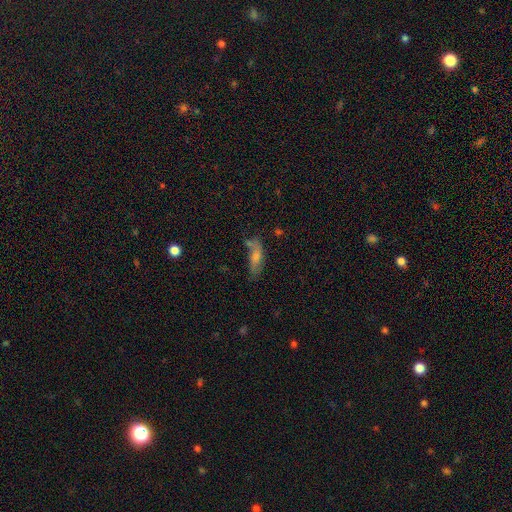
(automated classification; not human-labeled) Smooth or featured: smooth — 61% (featured or disk — 29%)
How rounded: in between — 58% (cigar-shaped — 39%)
Merging: none — 51% (minor disturbance — 25%)